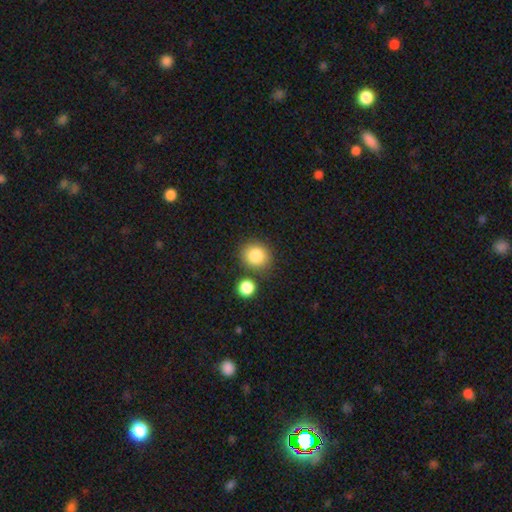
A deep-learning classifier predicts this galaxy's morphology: Q: Smooth or featured?
A: smooth (84%); runner-up: star or artifact (9%)
Q: How rounded?
A: round (84%); runner-up: in between (15%)
Q: Merging?
A: none (77%); runner-up: minor disturbance (10%)